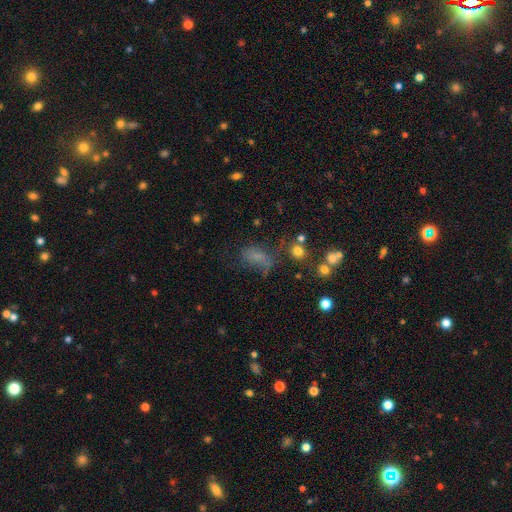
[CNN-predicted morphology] A smooth galaxy with no disk features (53%) that is in between round and cigar-shaped (80%). Merging: none (39%).